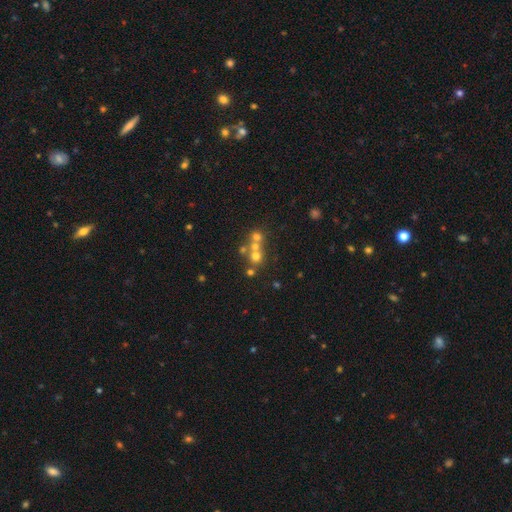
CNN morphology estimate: This is possibly a smooth galaxy (55%). How rounded: clearly round (87%). Merging: possibly merger (45%).